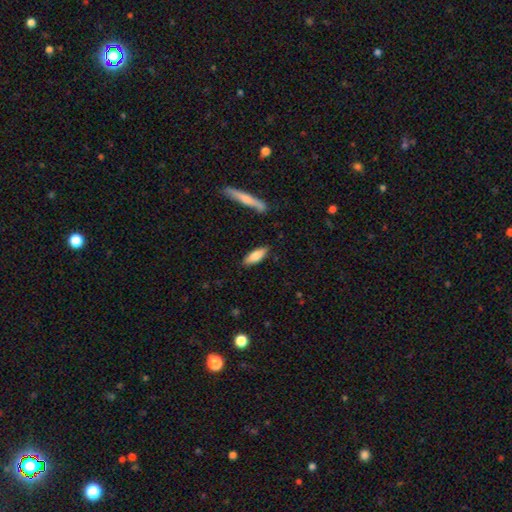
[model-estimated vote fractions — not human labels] This is likely a smooth galaxy (77%). How rounded: possibly in between (60%). Merging: clearly none (86%).